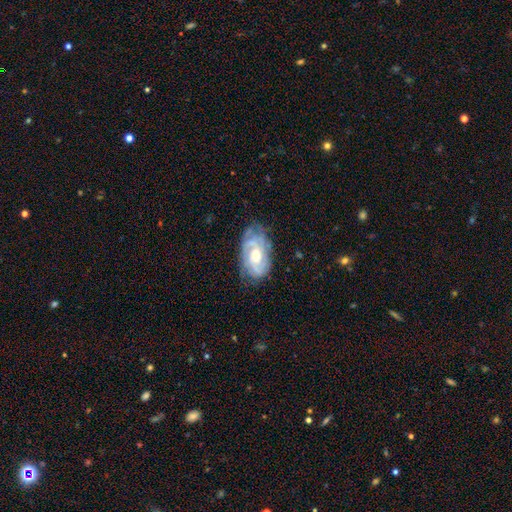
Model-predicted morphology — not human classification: featured or disk 81%, smooth 14%, star or artifact 6%. Down the decision tree: edge-on disk — no (96%); bar — no (62%); spiral arms — yes (93%); spiral arm count — 2 (40%); spiral winding — tight (56%); bulge size — moderate (64%); merging — none (68%).